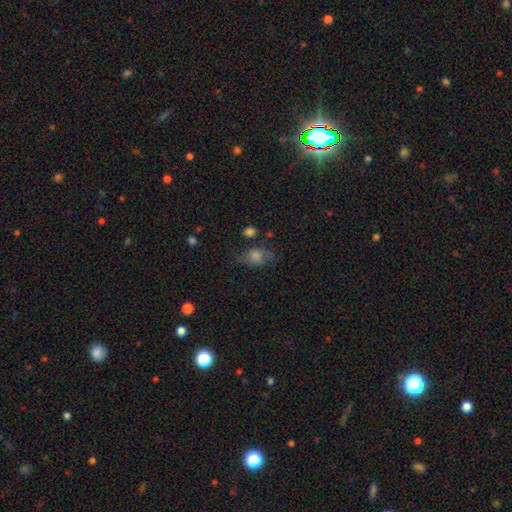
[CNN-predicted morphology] Overall: smooth (57%; star or artifact 22%). How rounded: in between (68%). Merging: none (59%; minor disturbance 24%).